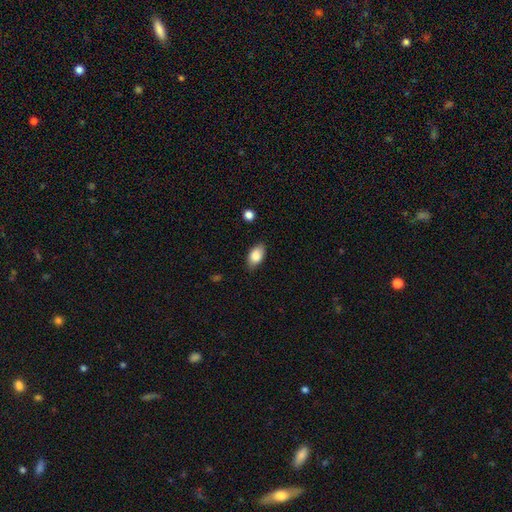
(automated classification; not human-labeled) Smooth or featured?
  - smooth: 86% *
  - star or artifact: 7%
  - featured or disk: 7%
How rounded?
  - in between: 91% *
  - round: 6%
  - cigar-shaped: 2%
Merging?
  - none: 80% *
  - minor disturbance: 16%
  - major disturbance: 3%
  - merger: 1%